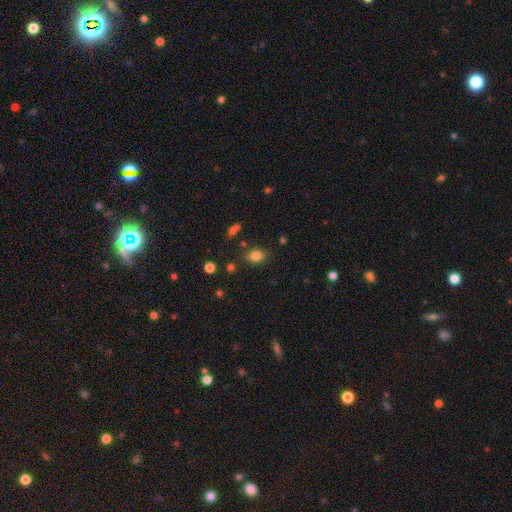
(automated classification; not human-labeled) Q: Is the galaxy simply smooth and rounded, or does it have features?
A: smooth — 81%.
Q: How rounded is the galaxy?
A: in between — 61%.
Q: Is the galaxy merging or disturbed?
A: none — 77%.